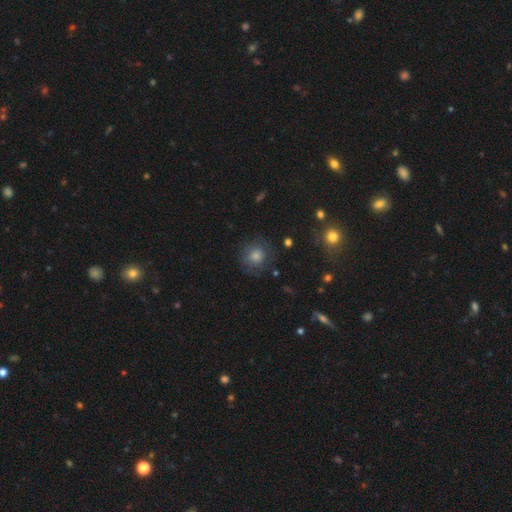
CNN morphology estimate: Overall: smooth (58%; featured or disk 23%). How rounded: round (88%). Merging: none (78%).